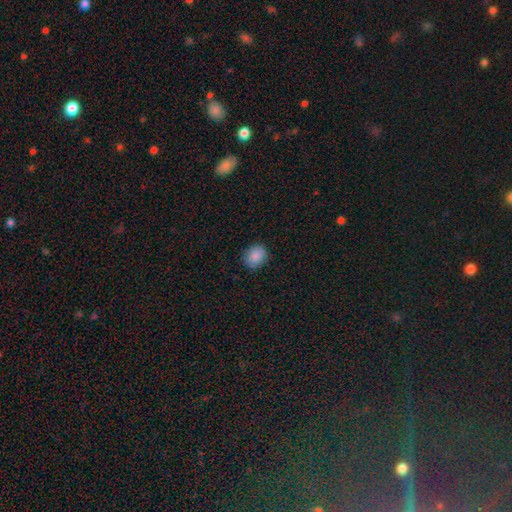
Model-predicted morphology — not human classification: Smooth or featured: smooth — 88% (star or artifact — 8%)
How rounded: round — 61% (in between — 39%)
Merging: none — 87% (minor disturbance — 10%)